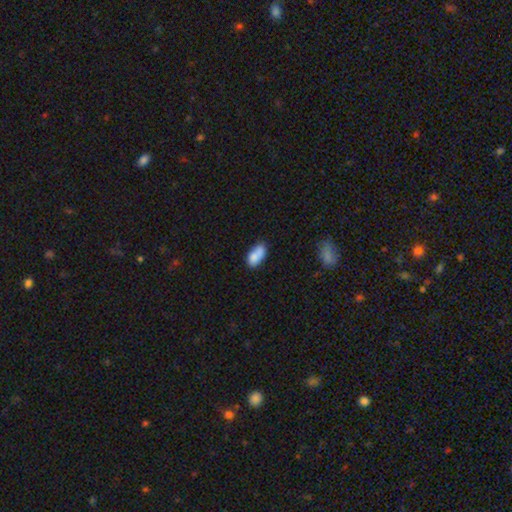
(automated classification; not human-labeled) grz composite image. It shows a smooth galaxy with no disk features (81%) that is in between round and cigar-shaped (90%). Merging: none (55%).